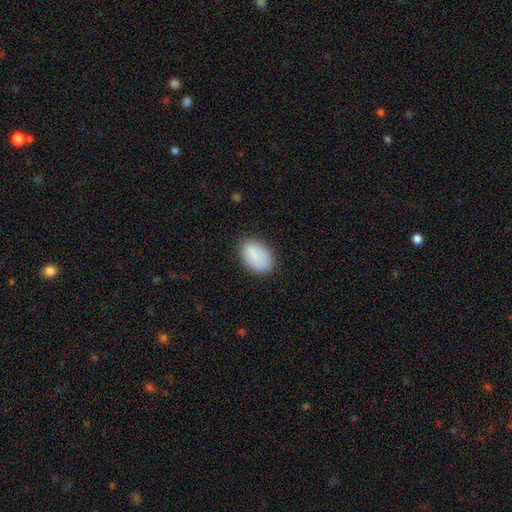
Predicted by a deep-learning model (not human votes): This is clearly a smooth galaxy (84%). How rounded: clearly in between (88%). Merging: clearly none (82%).